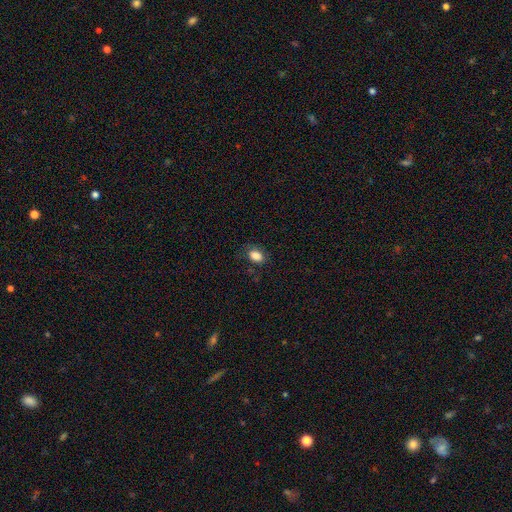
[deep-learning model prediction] Morphology: type=smooth (85%); roundness=in between (81%); merging=none (76%).